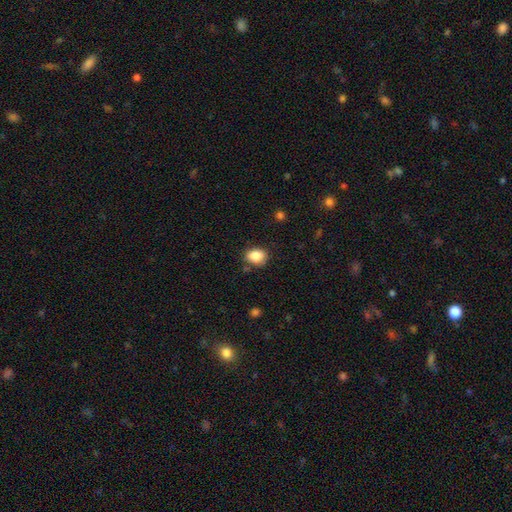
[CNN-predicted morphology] Smooth or featured? smooth (87%)
How rounded? in between (59%)
Merging? none (77%)